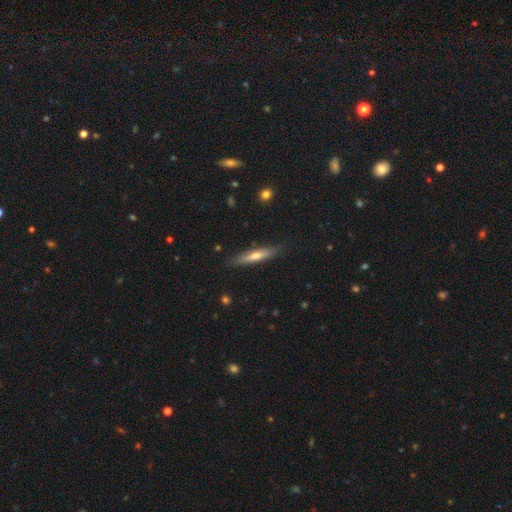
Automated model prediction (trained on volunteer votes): A smooth galaxy with no disk features (48%). Merging: none (87%).